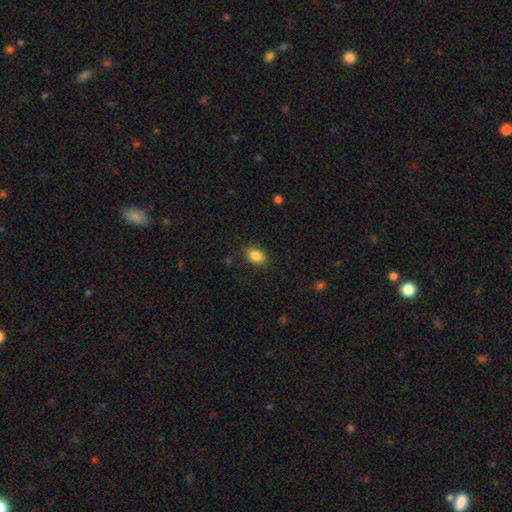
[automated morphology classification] Smooth or featured: smooth — 85% (star or artifact — 9%)
How rounded: in between — 79% (round — 20%)
Merging: none — 85% (minor disturbance — 11%)